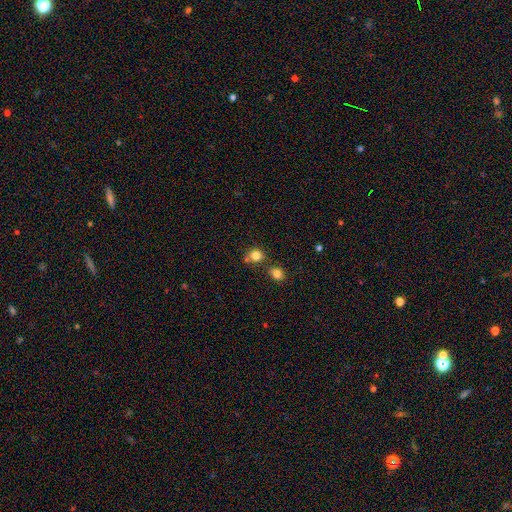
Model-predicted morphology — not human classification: smooth_or_featured: smooth (p=0.81) [alt: star or artifact p=0.12]
how_rounded: round (p=0.84) [alt: in between p=0.15]
merging: none (p=0.64) [alt: merger p=0.21]